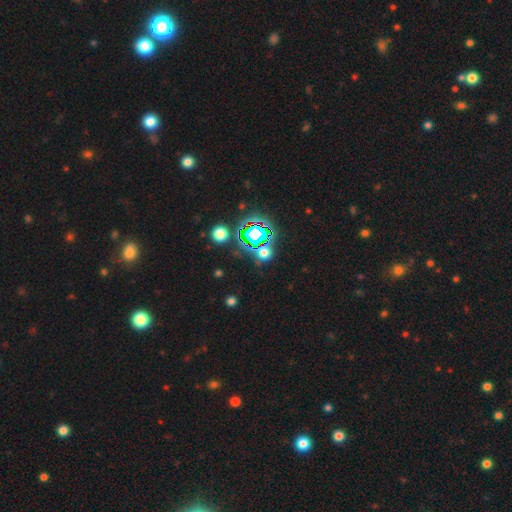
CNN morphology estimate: Smooth or featured?
  - star or artifact: 80% *
  - smooth: 13%
  - featured or disk: 7%